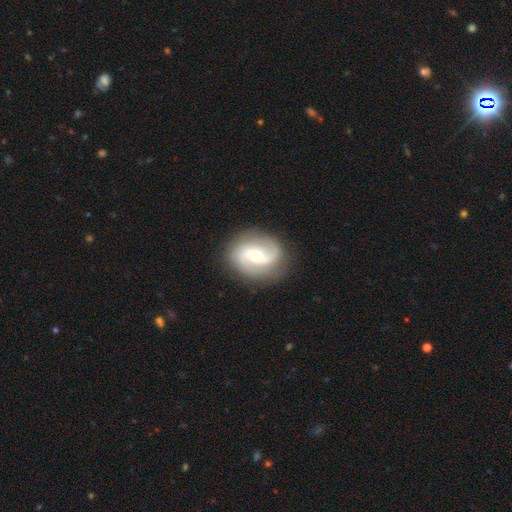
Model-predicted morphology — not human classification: Q: Smooth or featured?
A: featured or disk (81%); runner-up: smooth (14%)
Q: Edge-on disk?
A: no (97%); runner-up: yes (3%)
Q: Bar?
A: no (50%); runner-up: weak (37%)
Q: Spiral arms?
A: yes (95%); runner-up: no (5%)
Q: Spiral winding?
A: medium (47%); runner-up: tight (27%)
Q: Spiral arm count?
A: 2 (83%); runner-up: can't tell (6%)
Q: Bulge size?
A: small (51%); runner-up: moderate (43%)
Q: Merging?
A: none (81%); runner-up: minor disturbance (12%)